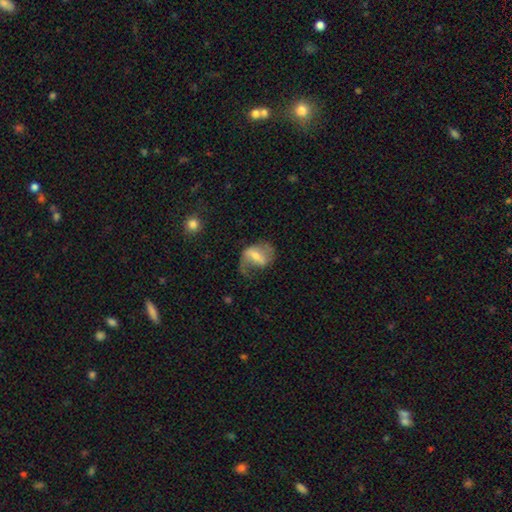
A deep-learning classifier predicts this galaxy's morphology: Overall: featured or disk (65%; smooth 28%). Edge-on disk: no (96%). Bar: strong (42%; weak 41%). Spiral arms: yes (80%). Bulge size: moderate (46%; small 40%). Merging: none (43%; major disturbance 32%).